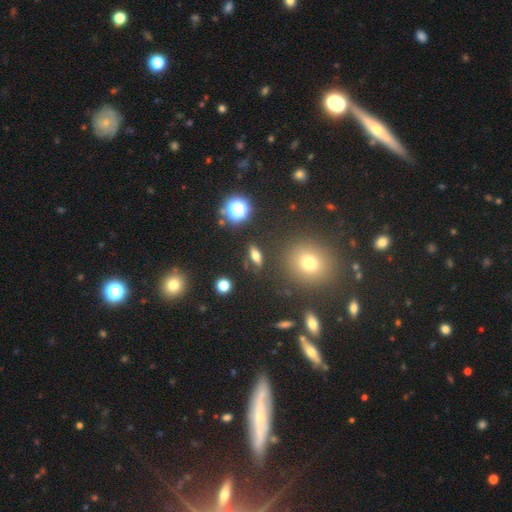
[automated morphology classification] Smooth or featured?
  - smooth: 55% *
  - featured or disk: 29%
  - star or artifact: 16%
How rounded?
  - in between: 53% *
  - cigar-shaped: 34%
  - round: 13%
Merging?
  - none: 86% *
  - minor disturbance: 8%
  - major disturbance: 3%
  - merger: 3%